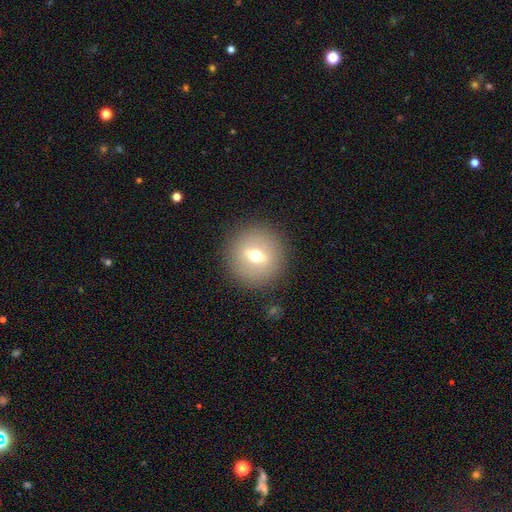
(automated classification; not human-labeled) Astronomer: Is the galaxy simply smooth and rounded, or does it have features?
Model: smooth — 49% (runner-up: featured or disk, 40%).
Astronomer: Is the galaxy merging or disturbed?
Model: none — 89%.